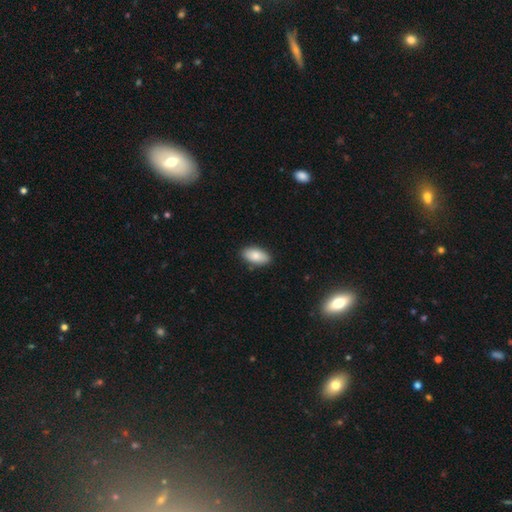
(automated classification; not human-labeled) Smooth or featured?
  - smooth: 86% *
  - featured or disk: 8%
  - star or artifact: 6%
How rounded?
  - in between: 93% *
  - cigar-shaped: 4%
  - round: 3%
Merging?
  - none: 88% *
  - minor disturbance: 9%
  - major disturbance: 2%
  - merger: 1%